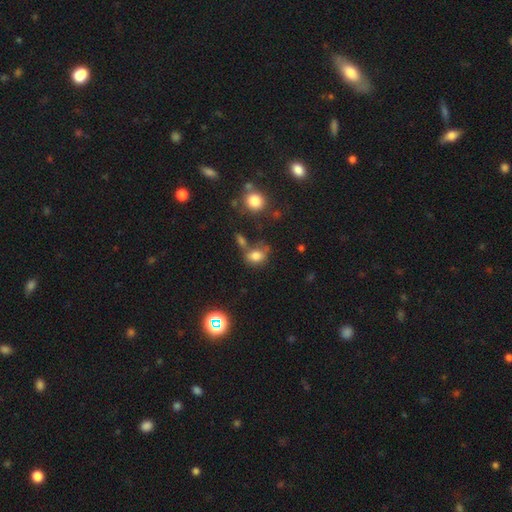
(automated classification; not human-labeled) smooth 75%, star or artifact 16%, featured or disk 10%. Down the decision tree: how rounded — in between (67%); merging — none (46%).